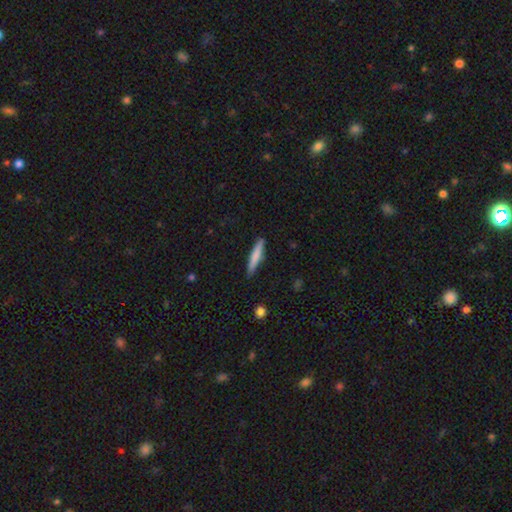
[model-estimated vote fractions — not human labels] Smooth or featured? Predicted: smooth (p=0.76). How rounded? Predicted: cigar-shaped (p=0.91). Merging? Predicted: none (p=0.84).